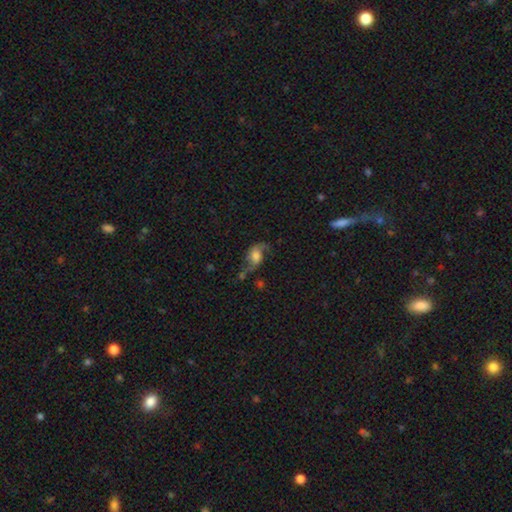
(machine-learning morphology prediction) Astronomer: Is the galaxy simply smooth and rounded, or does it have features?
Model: featured or disk — 62%.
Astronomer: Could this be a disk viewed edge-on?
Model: no — 95%.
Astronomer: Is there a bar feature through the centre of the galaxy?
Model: no — 61%.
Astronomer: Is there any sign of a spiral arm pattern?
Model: yes — 89%.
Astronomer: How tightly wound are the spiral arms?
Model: loose — 77%.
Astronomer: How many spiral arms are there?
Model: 2 — 88%.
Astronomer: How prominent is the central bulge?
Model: large — 37% (runner-up: moderate, 36%).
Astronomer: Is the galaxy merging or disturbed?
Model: none — 49%.